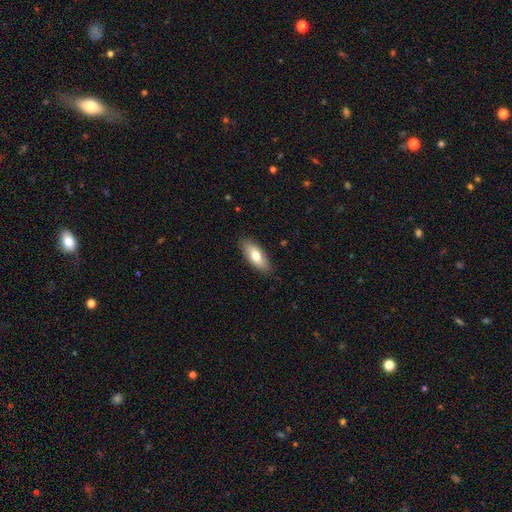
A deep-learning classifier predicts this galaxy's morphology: This is likely a smooth galaxy (72%). How rounded: likely in between (77%). Merging: clearly none (87%).